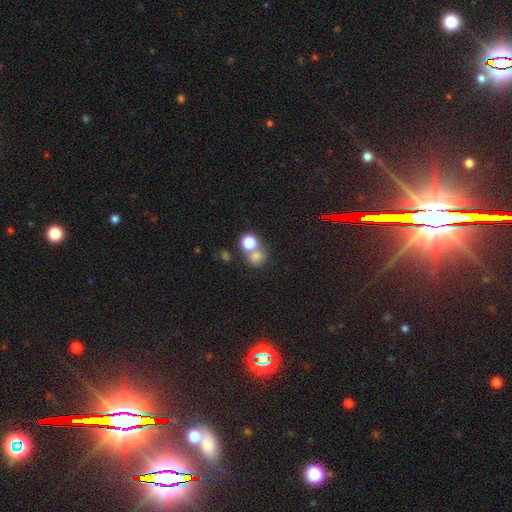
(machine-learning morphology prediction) A smooth galaxy with no disk features (74%) that is round (76%). Merging: merger (44%).